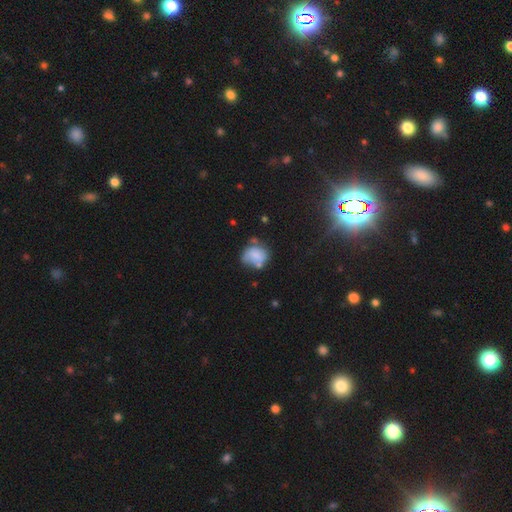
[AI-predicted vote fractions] Morphology: type=smooth (64%); roundness=round (52%); merging=none (40%).